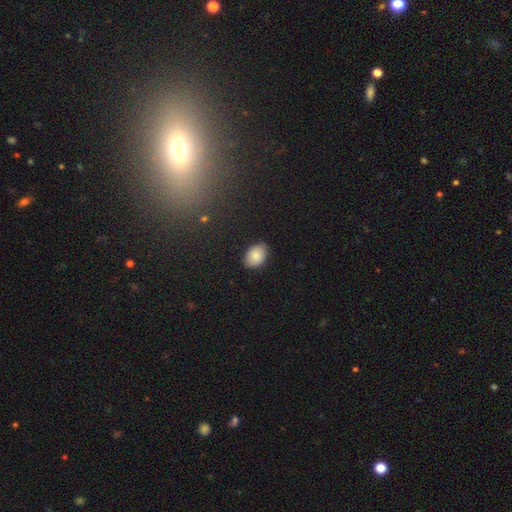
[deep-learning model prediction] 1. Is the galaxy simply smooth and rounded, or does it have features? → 87% smooth, 7% star or artifact, 6% featured or disk.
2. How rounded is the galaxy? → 86% in between, 13% round, 1% cigar-shaped.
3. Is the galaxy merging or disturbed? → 84% none, 13% minor disturbance, 2% major disturbance, 1% merger.